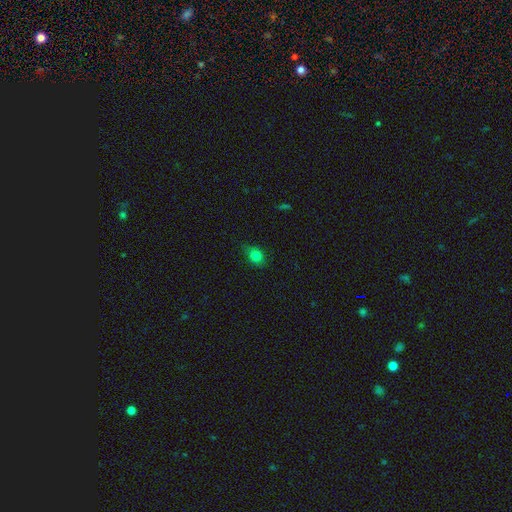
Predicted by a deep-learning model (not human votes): smooth 79%, star or artifact 13%, featured or disk 8%. Down the decision tree: how rounded — in between (52%); merging — none (76%).